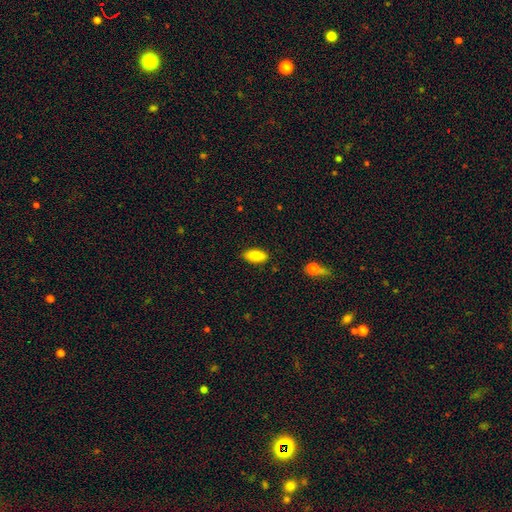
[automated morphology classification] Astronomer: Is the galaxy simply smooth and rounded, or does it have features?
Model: smooth — 86%.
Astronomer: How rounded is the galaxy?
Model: in between — 86%.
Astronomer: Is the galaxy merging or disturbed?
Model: none — 88%.